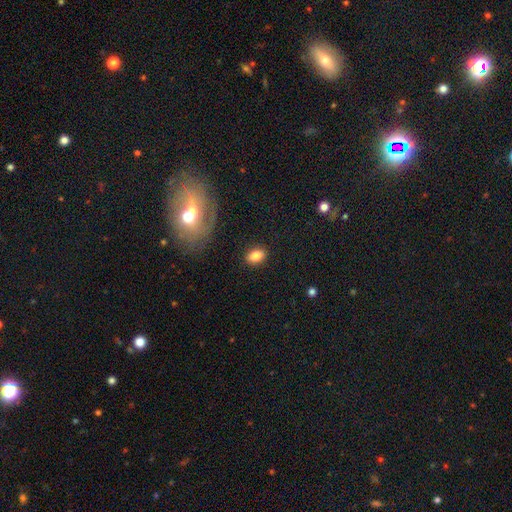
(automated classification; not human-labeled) Smooth or featured: smooth — 83% (star or artifact — 9%)
How rounded: in between — 83% (round — 16%)
Merging: none — 87% (minor disturbance — 8%)